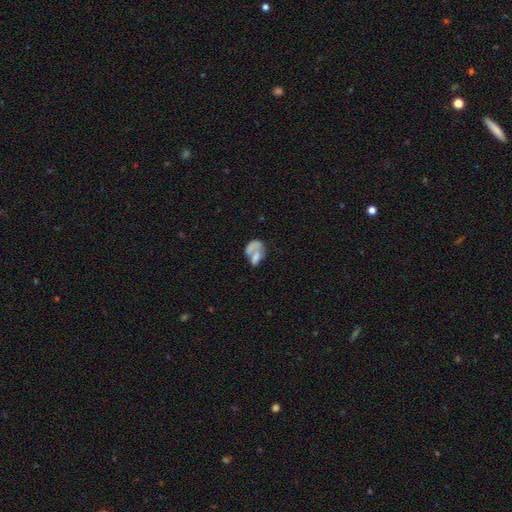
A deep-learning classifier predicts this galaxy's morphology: The model was most divided on "merging": merger: 41%, none: 23%, major disturbance: 23%, minor disturbance: 13%. More confident: how rounded — in between (74%); smooth or featured — smooth (55%).